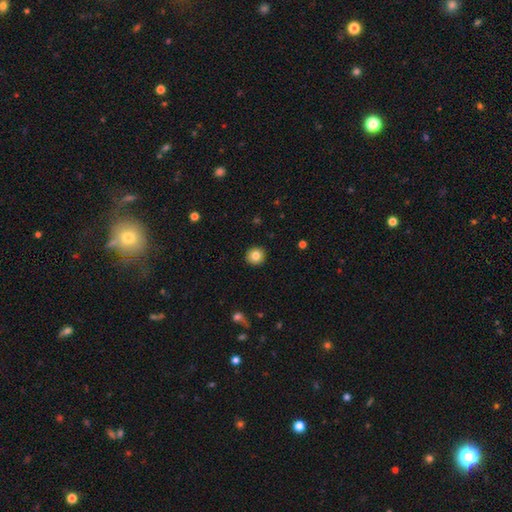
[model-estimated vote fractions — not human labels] Smooth or featured?
  - smooth: 82% *
  - star or artifact: 10%
  - featured or disk: 8%
How rounded?
  - round: 92% *
  - in between: 7%
  - cigar-shaped: 1%
Merging?
  - none: 91% *
  - minor disturbance: 6%
  - major disturbance: 2%
  - merger: 1%